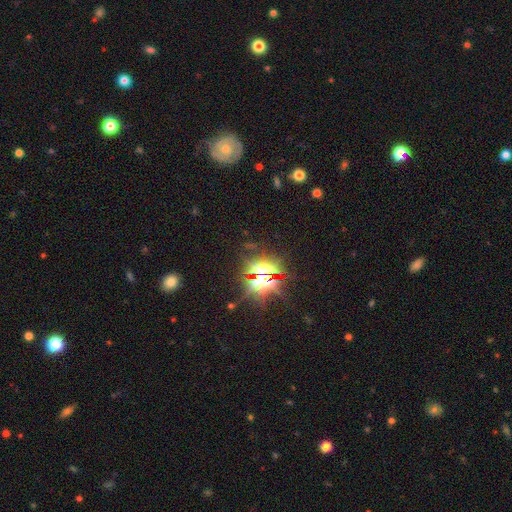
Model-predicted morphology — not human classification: star or artifact 81%, smooth 11%, featured or disk 8%.